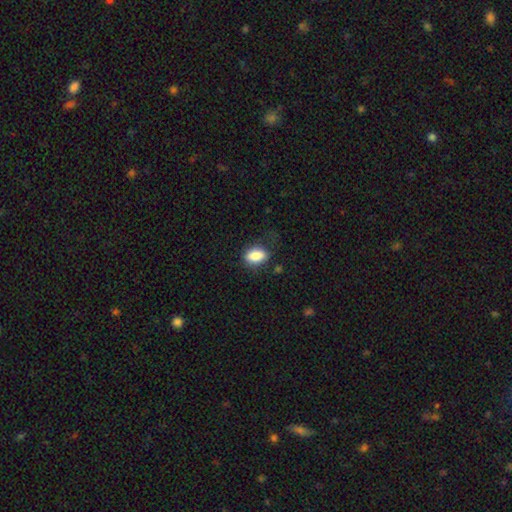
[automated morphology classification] type=smooth (85%); roundness=in between (86%); merging=none (70%).